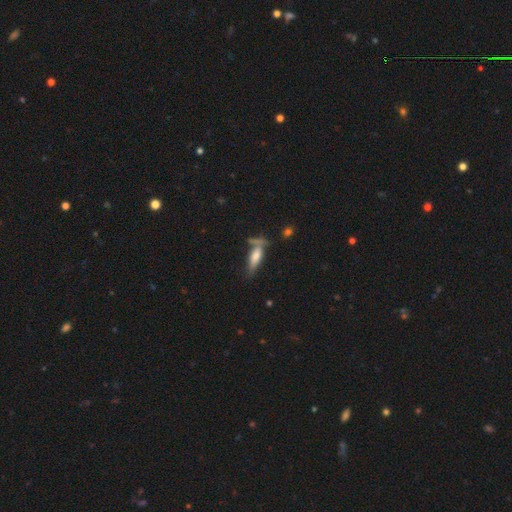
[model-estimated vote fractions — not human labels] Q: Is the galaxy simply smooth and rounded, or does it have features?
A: smooth — 56%.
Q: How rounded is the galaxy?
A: cigar-shaped — 56%.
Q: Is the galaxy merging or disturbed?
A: none — 53%.